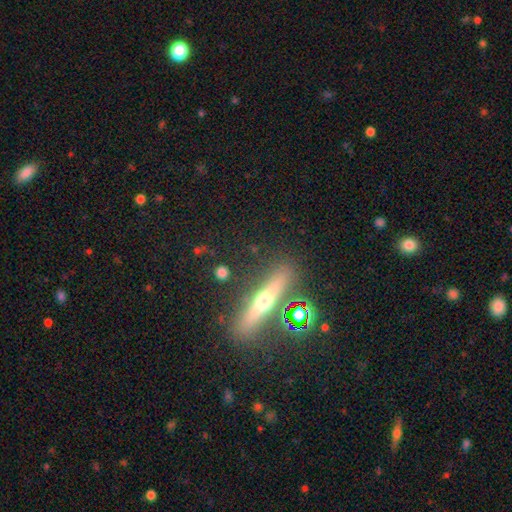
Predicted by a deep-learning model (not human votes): smooth_or_featured: featured or disk (p=0.65) [alt: smooth p=0.25]
disk_edge_on: yes (p=0.93) [alt: no p=0.07]
edge_on_bulge: rounded (p=0.93) [alt: none p=0.05]
merging: none (p=0.80) [alt: minor disturbance p=0.10]